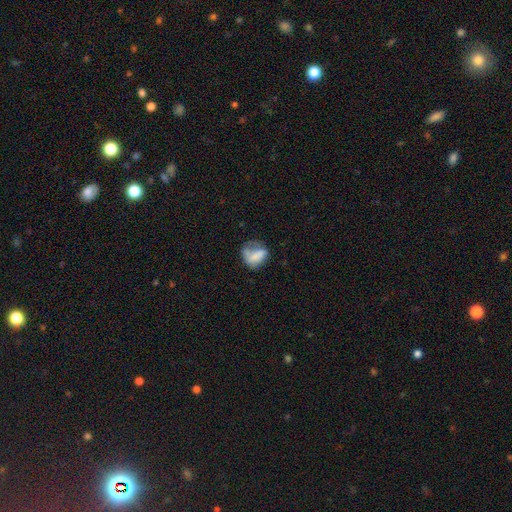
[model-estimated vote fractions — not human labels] Morphology: type=smooth (64%); roundness=in between (57%); merging=major disturbance (36%).